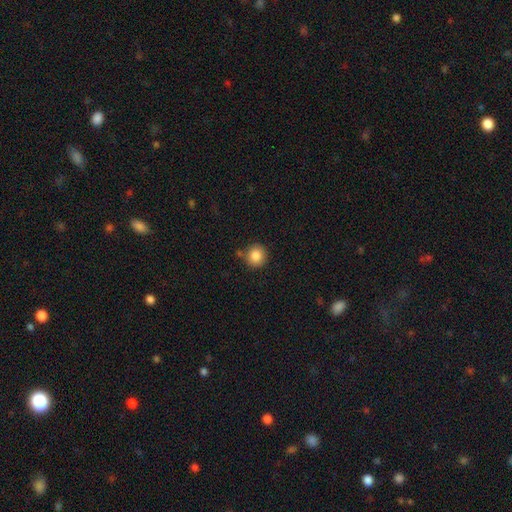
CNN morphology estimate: A smooth galaxy with no disk features (86%) that is round (92%). Merging: none (81%).